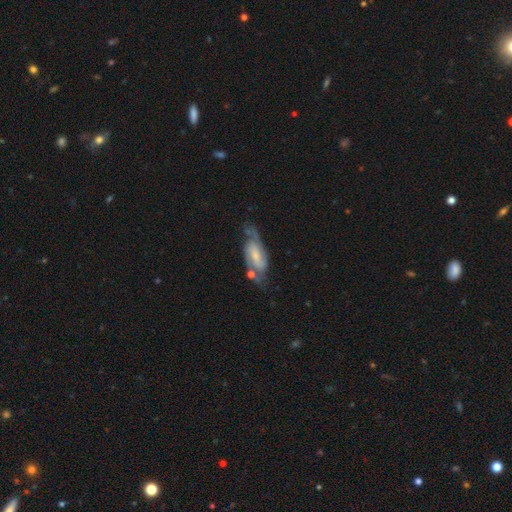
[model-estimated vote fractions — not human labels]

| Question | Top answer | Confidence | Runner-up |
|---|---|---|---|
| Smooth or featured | featured or disk | 79% | smooth (15%) |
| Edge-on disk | no | 93% | yes (7%) |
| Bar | weak | 47% | no (33%) |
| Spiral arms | yes | 95% | no (5%) |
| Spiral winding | medium | 50% | loose (26%) |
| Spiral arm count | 2 | 86% | can't tell (7%) |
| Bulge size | small | 45% | moderate (34%) |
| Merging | none | 59% | minor disturbance (22%) |